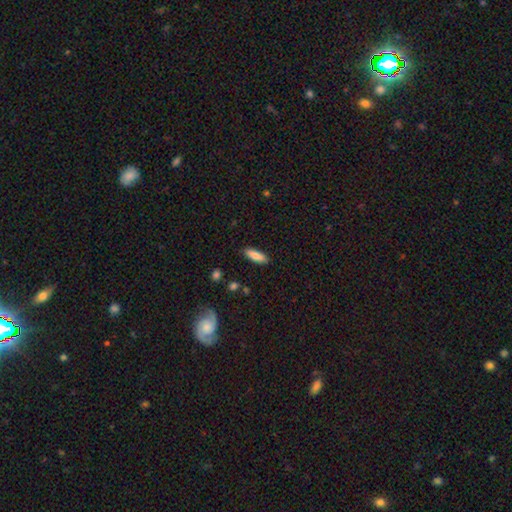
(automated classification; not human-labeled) smooth 84%, featured or disk 10%, star or artifact 6%. Down the decision tree: how rounded — in between (54%); merging — none (88%).